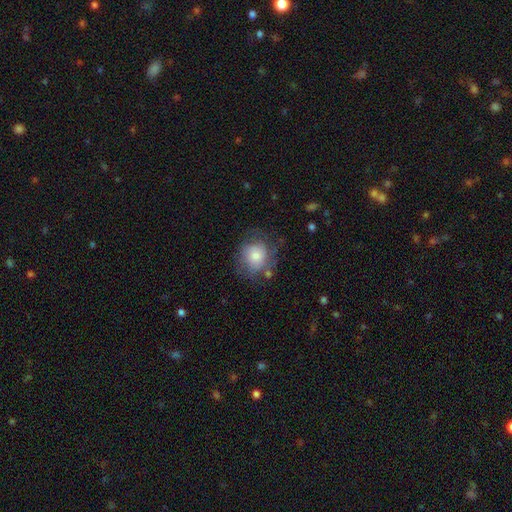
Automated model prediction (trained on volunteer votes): Smooth or featured: smooth — 67% (featured or disk — 26%)
How rounded: round — 76% (in between — 23%)
Merging: none — 57% (minor disturbance — 25%)